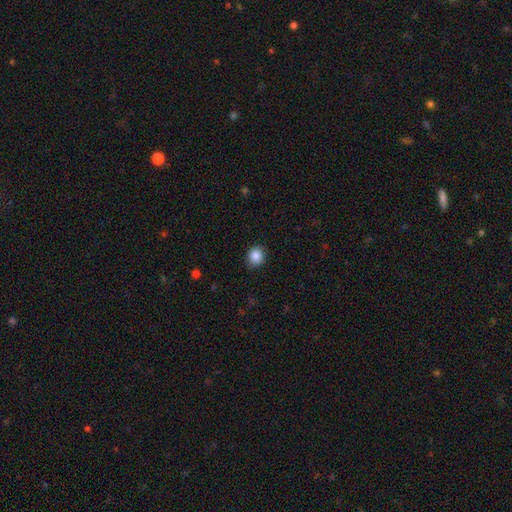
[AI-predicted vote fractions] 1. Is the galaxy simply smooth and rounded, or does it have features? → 87% smooth, 9% star or artifact, 4% featured or disk.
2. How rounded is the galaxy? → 74% round, 25% in between, 1% cigar-shaped.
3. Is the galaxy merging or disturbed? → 88% none, 9% minor disturbance, 2% major disturbance, 1% merger.